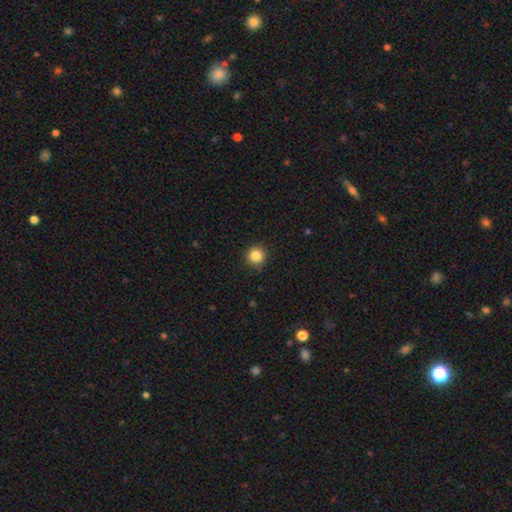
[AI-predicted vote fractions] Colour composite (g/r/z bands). It shows a smooth galaxy with no disk features (84%) that is round (95%). Merging: none (91%).